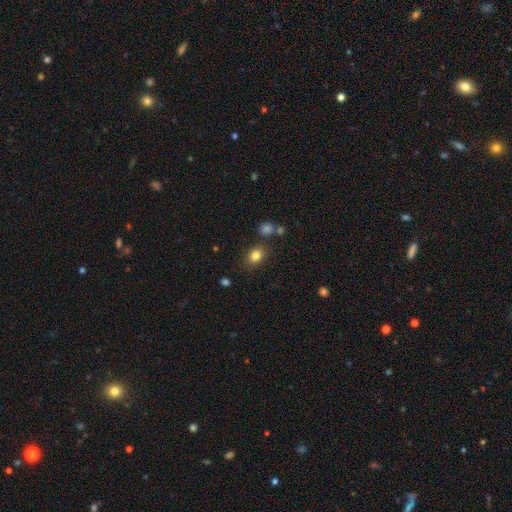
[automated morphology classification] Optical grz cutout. It shows a smooth galaxy with no disk features (82%) that is in between round and cigar-shaped (51%). Merging: none (81%).